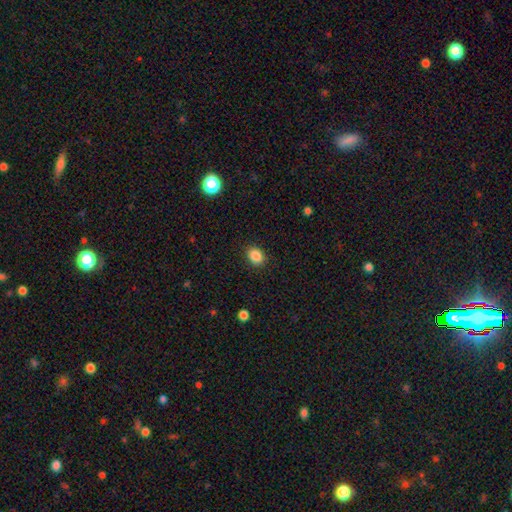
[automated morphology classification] smooth_or_featured: smooth (p=0.87) [alt: star or artifact p=0.10]
how_rounded: round (p=0.50) [alt: in between p=0.49]
merging: none (p=0.90) [alt: minor disturbance p=0.07]